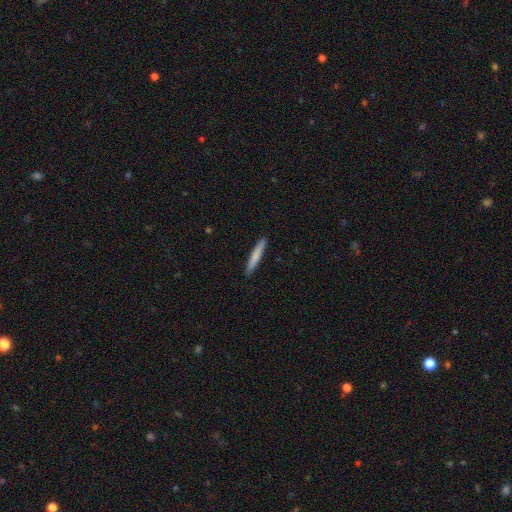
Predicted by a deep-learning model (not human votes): A smooth galaxy with no disk features (77%) that is cigar-shaped (95%).

Vote fractions:
- Smooth or featured? smooth: 77% / featured or disk: 18% / star or artifact: 5%
- How rounded? cigar-shaped: 95% / in between: 4% / round: 1%
- Merging? none: 91% / minor disturbance: 6% / major disturbance: 1% / merger: 1%